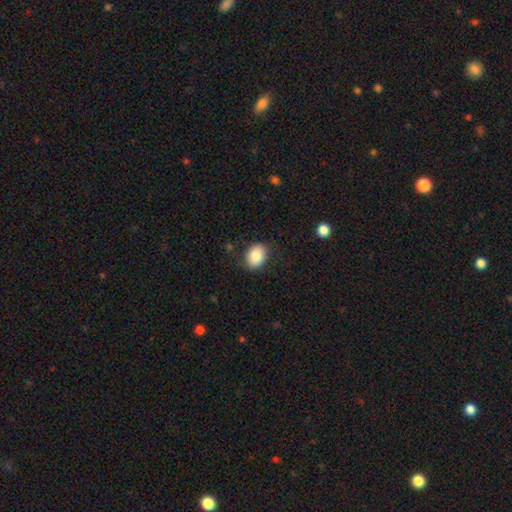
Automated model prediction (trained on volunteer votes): Smooth or featured? smooth (83%)
How rounded? in between (62%)
Merging? none (82%)